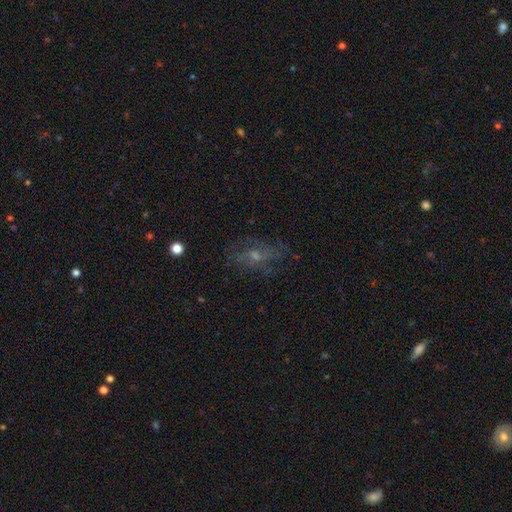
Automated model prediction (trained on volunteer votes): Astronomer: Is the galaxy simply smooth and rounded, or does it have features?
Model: featured or disk — 54%.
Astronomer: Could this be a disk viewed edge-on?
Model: no — 92%.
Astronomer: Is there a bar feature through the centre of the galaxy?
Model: no — 66%.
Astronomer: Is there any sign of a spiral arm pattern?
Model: yes — 62% (runner-up: no, 38%).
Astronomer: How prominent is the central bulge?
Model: small — 52% (runner-up: moderate, 34%).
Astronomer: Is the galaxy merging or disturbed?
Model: none — 62%.